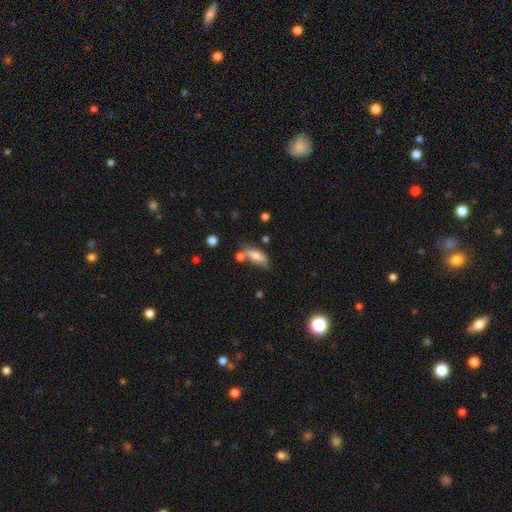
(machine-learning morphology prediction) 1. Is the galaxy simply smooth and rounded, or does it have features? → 71% smooth, 20% featured or disk, 9% star or artifact.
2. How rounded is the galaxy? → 72% in between, 25% cigar-shaped, 4% round.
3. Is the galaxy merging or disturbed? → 50% none, 24% minor disturbance, 17% merger, 9% major disturbance.